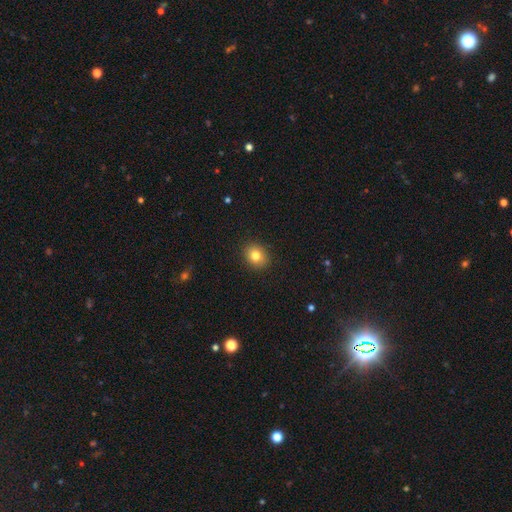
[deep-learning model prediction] Q: Smooth or featured?
A: smooth (81%); runner-up: star or artifact (11%)
Q: How rounded?
A: round (68%); runner-up: in between (31%)
Q: Merging?
A: none (90%); runner-up: minor disturbance (7%)